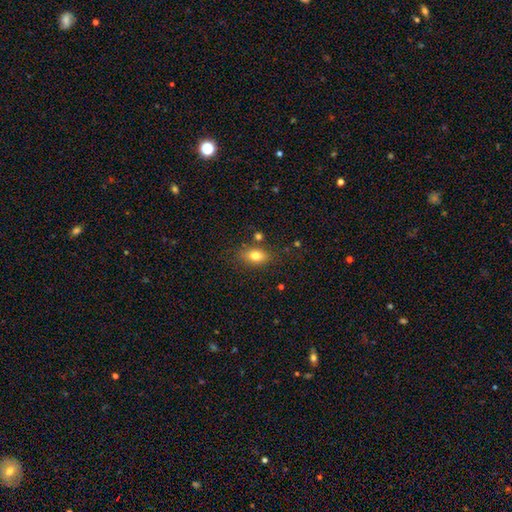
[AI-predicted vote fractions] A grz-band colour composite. It shows a smooth galaxy with no disk features (79%) that is in between round and cigar-shaped (82%). Merging: none (78%).